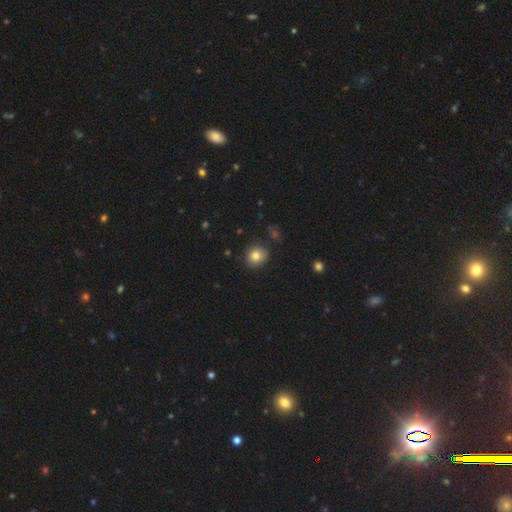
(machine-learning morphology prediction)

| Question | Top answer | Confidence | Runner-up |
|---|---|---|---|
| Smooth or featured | smooth | 81% | star or artifact (11%) |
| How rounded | round | 82% | in between (17%) |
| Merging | none | 85% | minor disturbance (10%) |